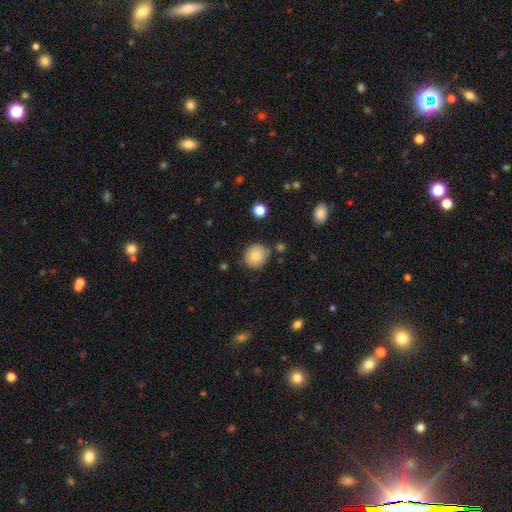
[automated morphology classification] smooth-or-featured: smooth: 82% | featured or disk: 9% | star or artifact: 9%
  how-rounded: round: 88% | in between: 12% | cigar-shaped: 1%
  merging: none: 81% | minor disturbance: 12% | merger: 4% | major disturbance: 3%